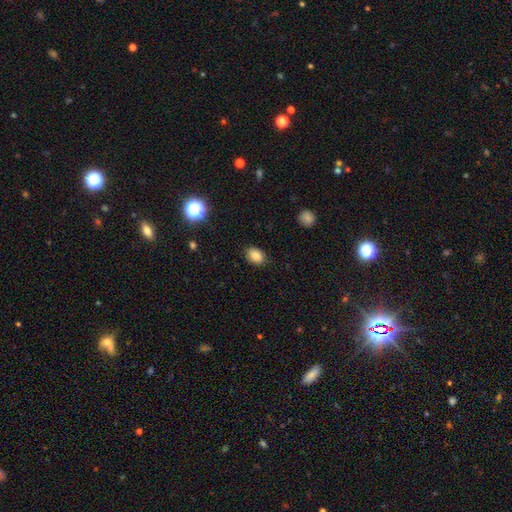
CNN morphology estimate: The model was most divided on "how rounded": in between: 71%, round: 28%, cigar-shaped: 1%. More confident: merging — none (87%); smooth or featured — smooth (82%).